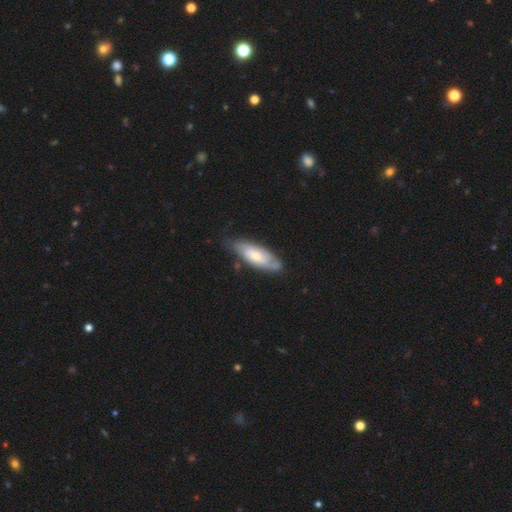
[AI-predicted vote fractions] Q: Smooth or featured?
A: featured or disk (50%); runner-up: smooth (45%)
Q: Merging?
A: none (68%); runner-up: minor disturbance (24%)